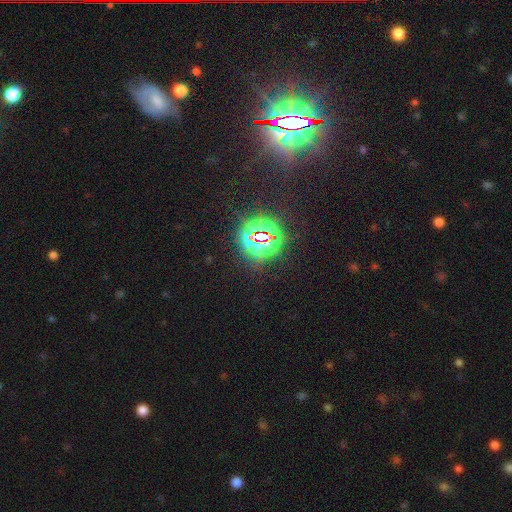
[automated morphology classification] Smooth or featured: star or artifact — 84% (smooth — 8%)